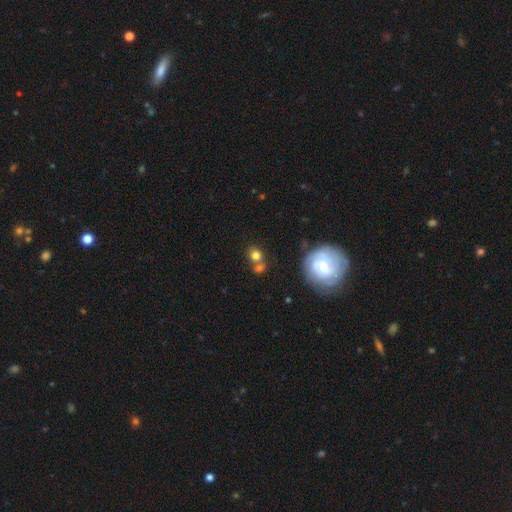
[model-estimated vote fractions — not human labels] Smooth or featured?
  - smooth: 71% *
  - featured or disk: 16%
  - star or artifact: 12%
How rounded?
  - round: 76% *
  - in between: 23%
  - cigar-shaped: 1%
Merging?
  - none: 49% *
  - merger: 34%
  - minor disturbance: 11%
  - major disturbance: 5%